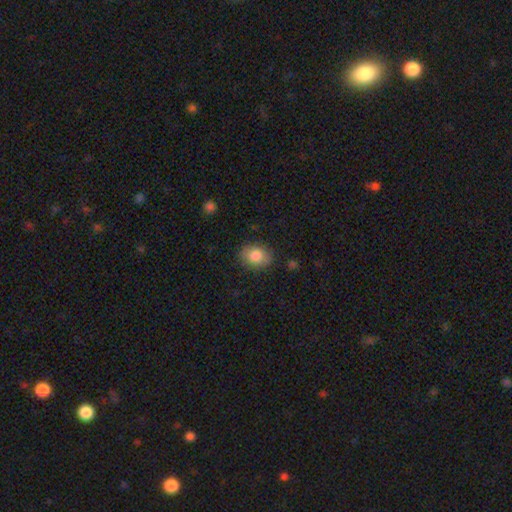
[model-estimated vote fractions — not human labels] Smooth or featured? smooth (83%)
How rounded? in between (66%)
Merging? none (82%)